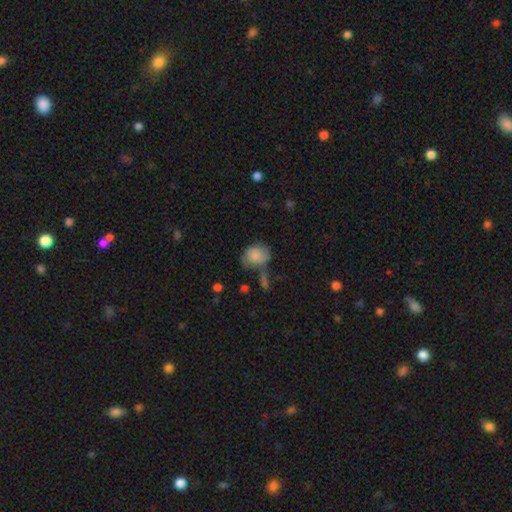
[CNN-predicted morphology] Overall: smooth (76%). How rounded: in between (53%; round 46%). Merging: none (47%; minor disturbance 28%).